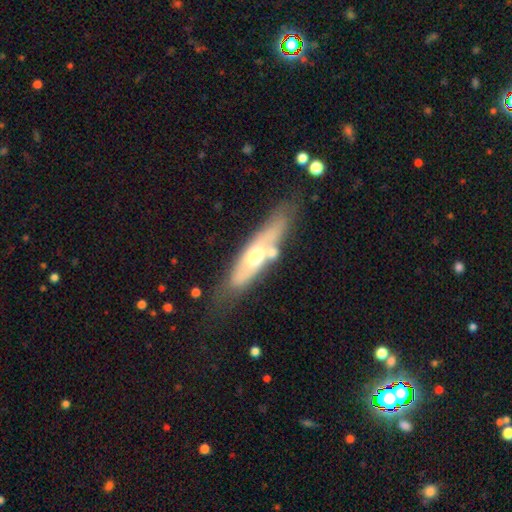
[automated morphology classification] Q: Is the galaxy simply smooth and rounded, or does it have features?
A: featured or disk — 55%.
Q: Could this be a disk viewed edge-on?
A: no — 51%.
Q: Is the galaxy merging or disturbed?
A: none — 60%.